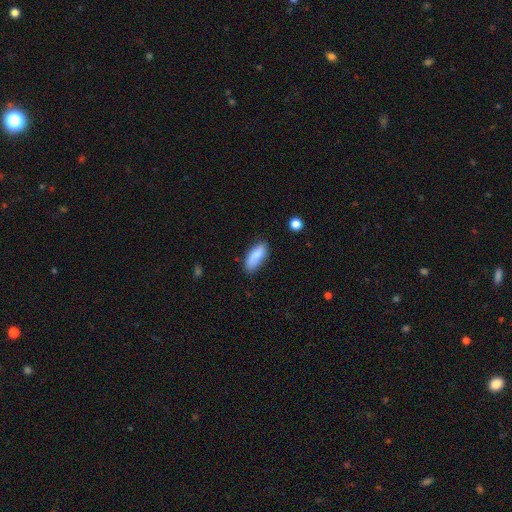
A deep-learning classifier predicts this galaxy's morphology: Smooth or featured?
  - smooth: 85% *
  - featured or disk: 8%
  - star or artifact: 7%
How rounded?
  - in between: 81% *
  - cigar-shaped: 17%
  - round: 2%
Merging?
  - none: 72% *
  - minor disturbance: 21%
  - major disturbance: 4%
  - merger: 2%